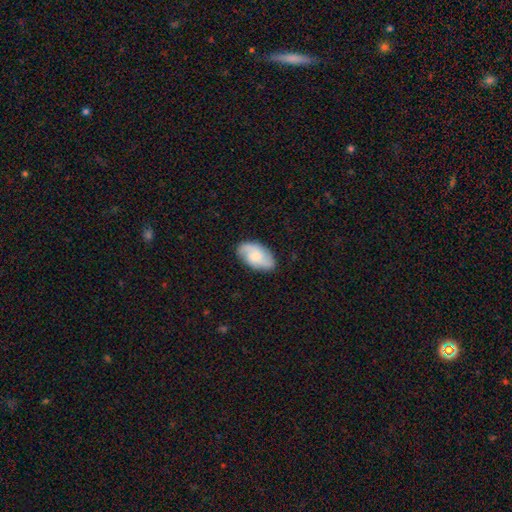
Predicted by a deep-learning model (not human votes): Morphology: type=featured or disk (49%); merging=none (79%).